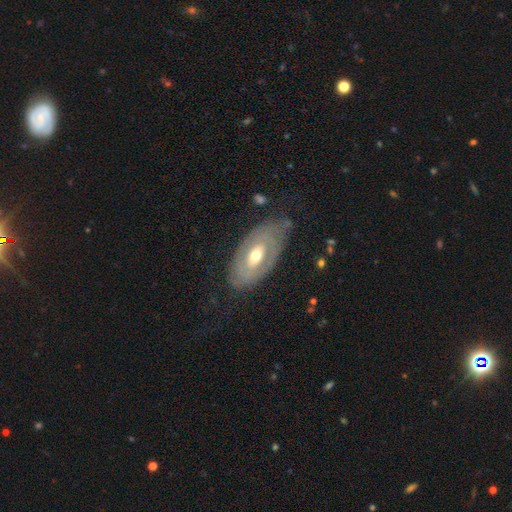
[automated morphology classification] Overall: featured or disk (65%; smooth 30%). Edge-on disk: no (89%). Bar: no (69%). Spiral arms: no (58%; yes 42%). Bulge size: moderate (68%). Merging: none (68%).